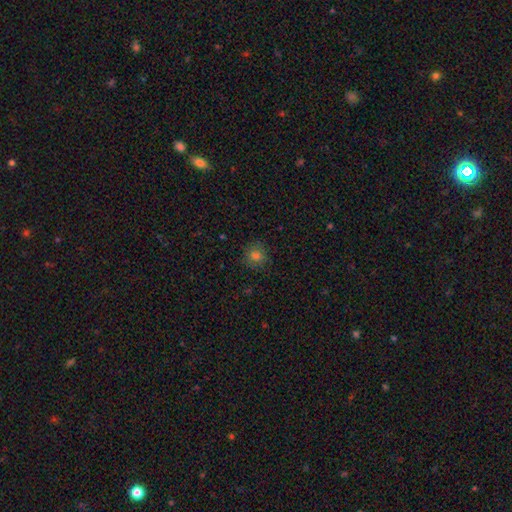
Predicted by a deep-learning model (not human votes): A smooth galaxy with no disk features (78%) that is round (85%).

Vote fractions:
- Smooth or featured? smooth: 78% / star or artifact: 15% / featured or disk: 7%
- How rounded? round: 85% / in between: 14% / cigar-shaped: 1%
- Merging? none: 84% / minor disturbance: 12% / major disturbance: 3% / merger: 1%